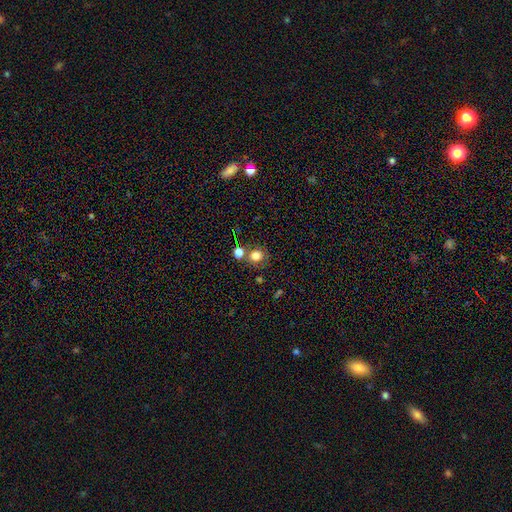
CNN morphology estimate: Overall: smooth (78%). How rounded: round (79%). Merging: none (65%).